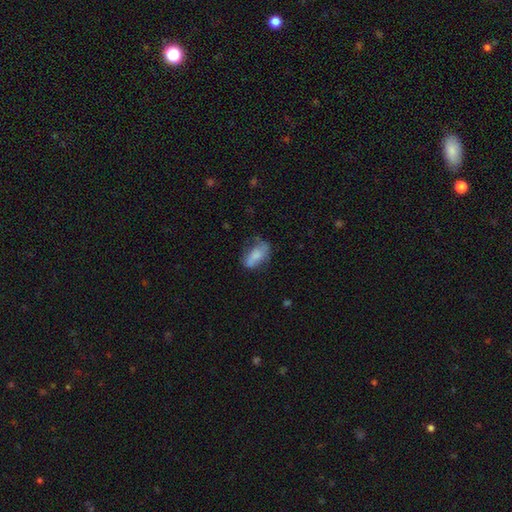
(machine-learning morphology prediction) A smooth galaxy with no disk features (66%) that is in between round and cigar-shaped (87%). Merging: none (50%).